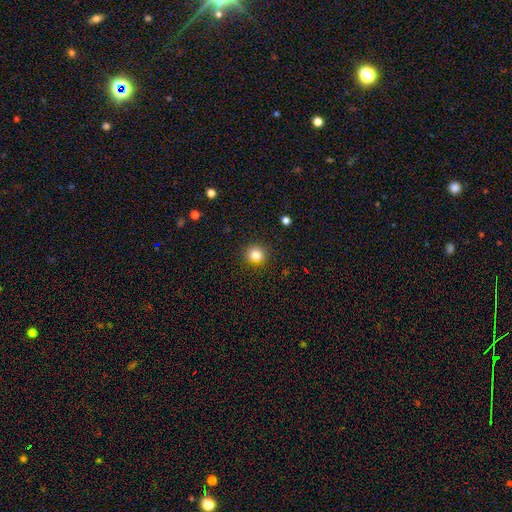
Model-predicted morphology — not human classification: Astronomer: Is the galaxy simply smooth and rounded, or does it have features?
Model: smooth — 83%.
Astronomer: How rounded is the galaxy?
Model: round — 85%.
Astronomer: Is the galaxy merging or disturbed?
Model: none — 89%.